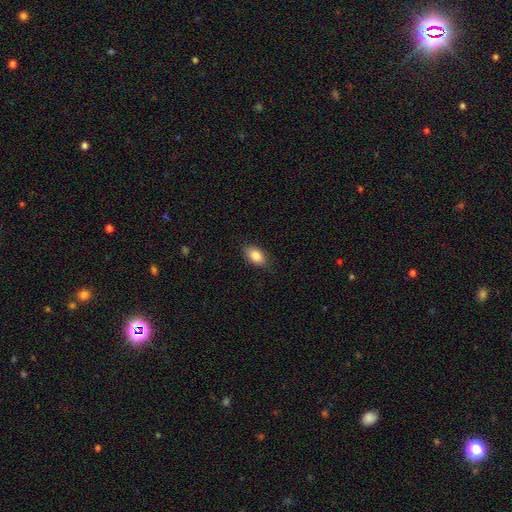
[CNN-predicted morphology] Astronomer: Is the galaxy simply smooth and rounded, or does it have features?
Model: smooth — 86%.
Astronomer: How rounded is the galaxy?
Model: in between — 91%.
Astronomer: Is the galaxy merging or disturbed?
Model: none — 86%.